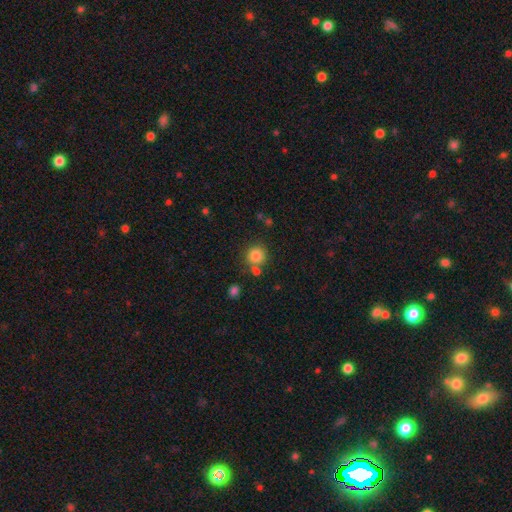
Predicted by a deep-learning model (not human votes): A smooth galaxy with no disk features (83%) that is round (91%).

Vote fractions:
- Smooth or featured? smooth: 83% / star or artifact: 11% / featured or disk: 6%
- How rounded? round: 91% / in between: 8% / cigar-shaped: 1%
- Merging? none: 69% / merger: 16% / minor disturbance: 11% / major disturbance: 4%